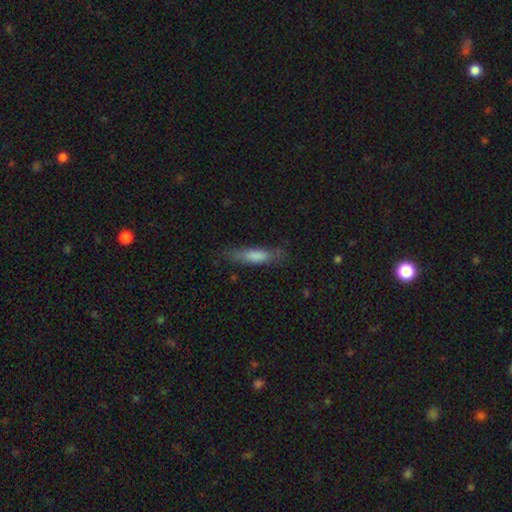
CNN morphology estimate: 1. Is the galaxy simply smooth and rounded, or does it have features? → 45% smooth, 40% featured or disk, 16% star or artifact.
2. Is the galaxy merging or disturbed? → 79% none, 15% minor disturbance, 4% major disturbance, 2% merger.